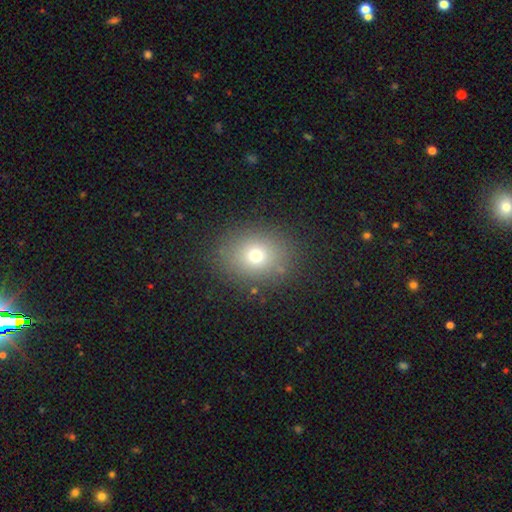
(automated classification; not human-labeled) Smooth or featured: smooth — 72% (star or artifact — 16%)
How rounded: round — 58% (in between — 41%)
Merging: none — 85% (minor disturbance — 9%)